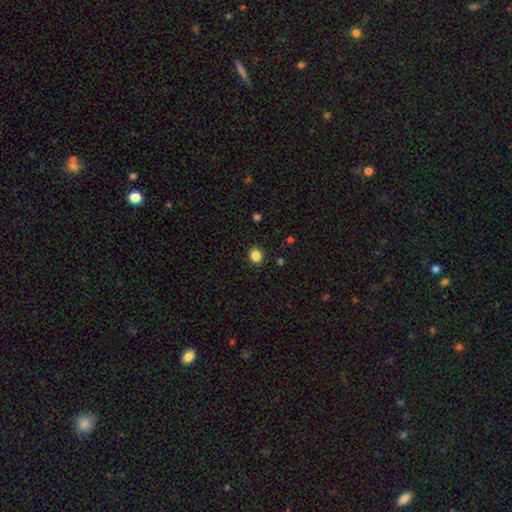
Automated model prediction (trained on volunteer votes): Morphology: type=smooth (86%); roundness=round (77%); merging=none (91%).